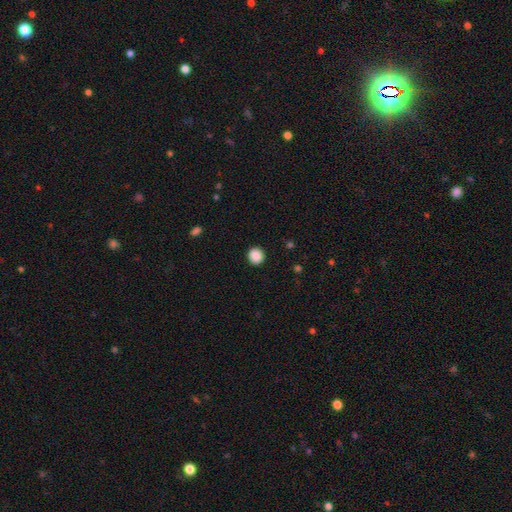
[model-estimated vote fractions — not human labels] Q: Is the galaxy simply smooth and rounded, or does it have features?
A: smooth — 89%.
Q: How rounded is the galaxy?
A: round — 89%.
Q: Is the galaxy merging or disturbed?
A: none — 92%.